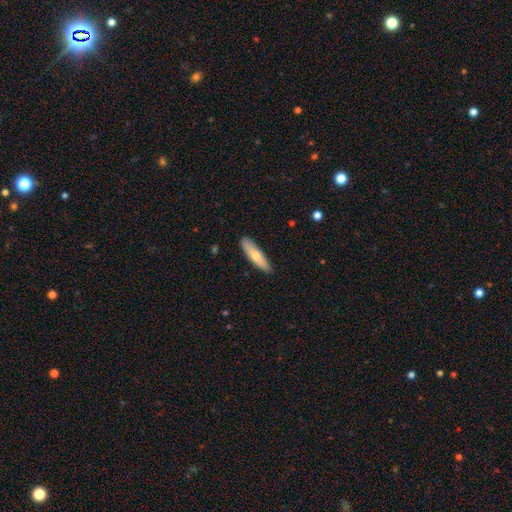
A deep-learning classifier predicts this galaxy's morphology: smooth_or_featured: smooth (p=0.68) [alt: featured or disk p=0.27]
how_rounded: cigar-shaped (p=0.66) [alt: in between p=0.32]
merging: none (p=0.87) [alt: minor disturbance p=0.10]